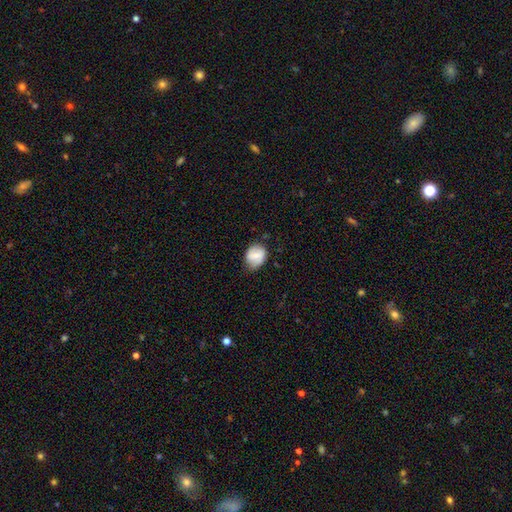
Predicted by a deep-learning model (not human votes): A smooth galaxy with no disk features (56%) that is round (57%). Merging: none (71%).